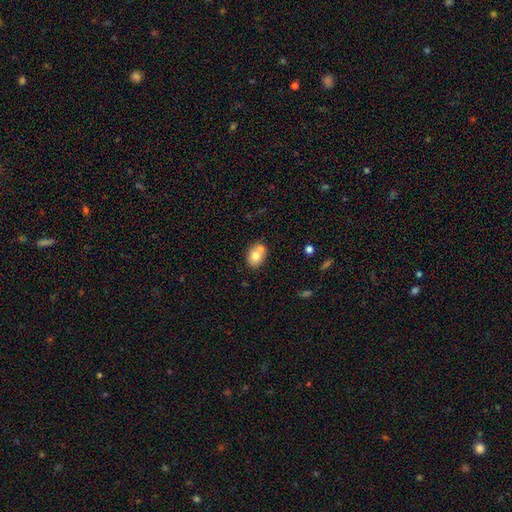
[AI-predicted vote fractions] Overall: smooth (74%). How rounded: in between (63%; round 36%). Merging: none (54%; merger 28%).